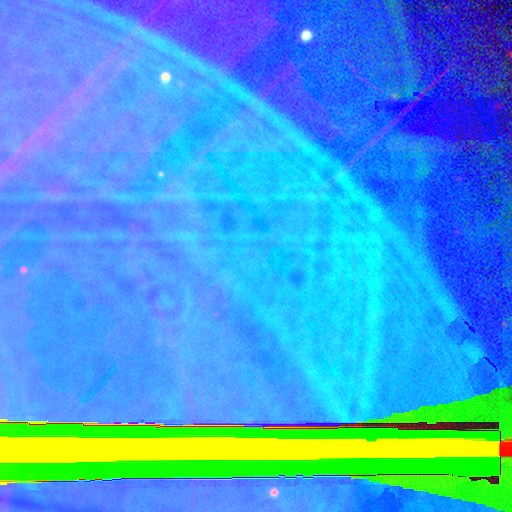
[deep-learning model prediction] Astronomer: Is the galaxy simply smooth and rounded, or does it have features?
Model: star or artifact — 84%.